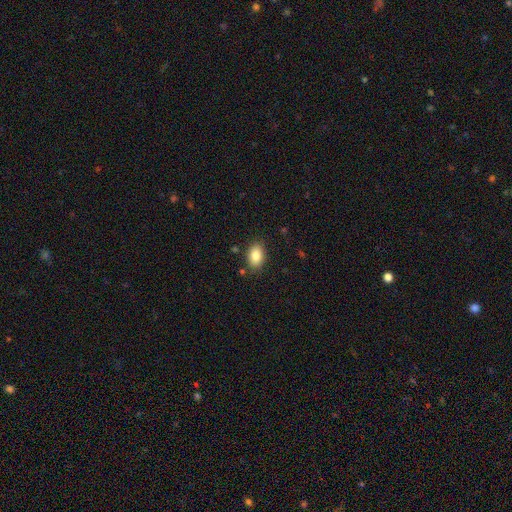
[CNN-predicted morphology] type=smooth (85%); roundness=in between (88%); merging=none (84%).